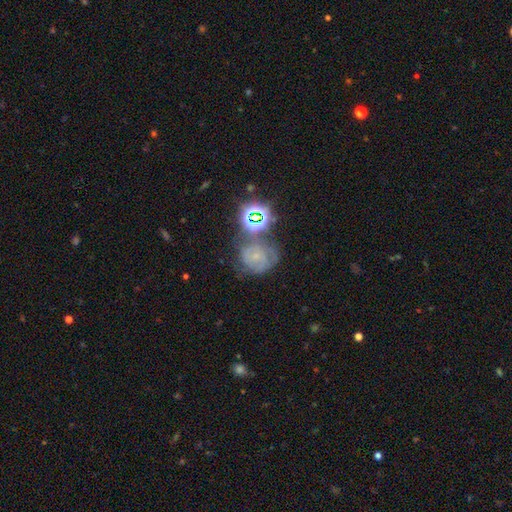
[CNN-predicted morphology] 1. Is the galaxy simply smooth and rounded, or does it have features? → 49% featured or disk, 26% star or artifact, 25% smooth.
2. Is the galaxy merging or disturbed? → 51% none, 22% minor disturbance, 14% major disturbance, 13% merger.